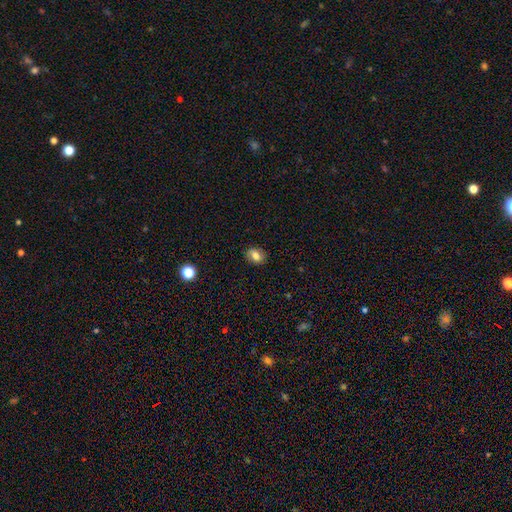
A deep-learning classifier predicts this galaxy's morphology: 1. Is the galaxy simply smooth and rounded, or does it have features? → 75% smooth, 15% featured or disk, 10% star or artifact.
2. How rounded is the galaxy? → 63% in between, 35% round, 1% cigar-shaped.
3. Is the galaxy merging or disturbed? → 85% none, 11% minor disturbance, 3% major disturbance, 1% merger.